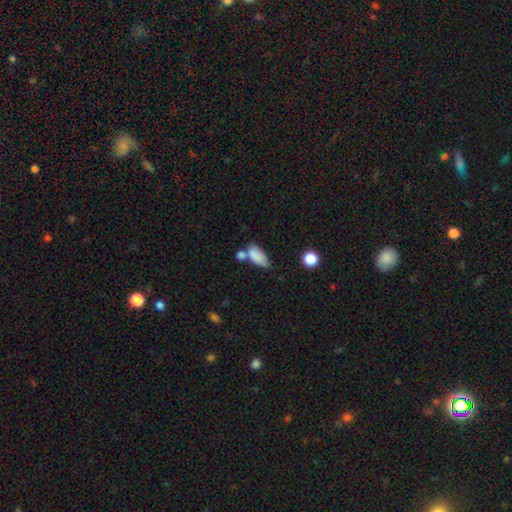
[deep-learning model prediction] Smooth or featured? smooth (81%)
How rounded? in between (85%)
Merging? none (38%)